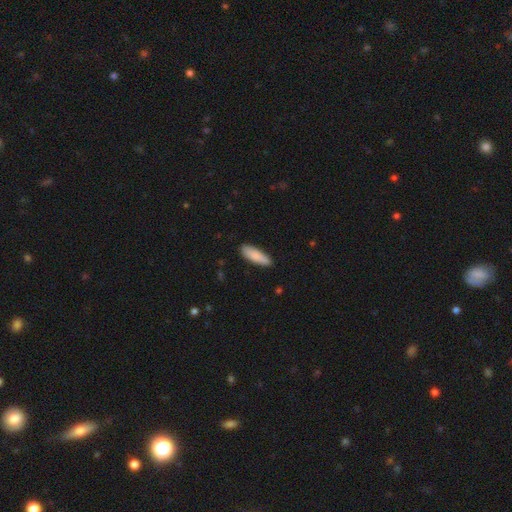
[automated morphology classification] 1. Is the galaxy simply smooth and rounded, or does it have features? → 87% smooth, 7% featured or disk, 6% star or artifact.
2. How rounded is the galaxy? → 49% cigar-shaped (tied), 49% in between (tied), 2% round.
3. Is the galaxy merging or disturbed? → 84% none, 13% minor disturbance, 2% major disturbance, 1% merger.